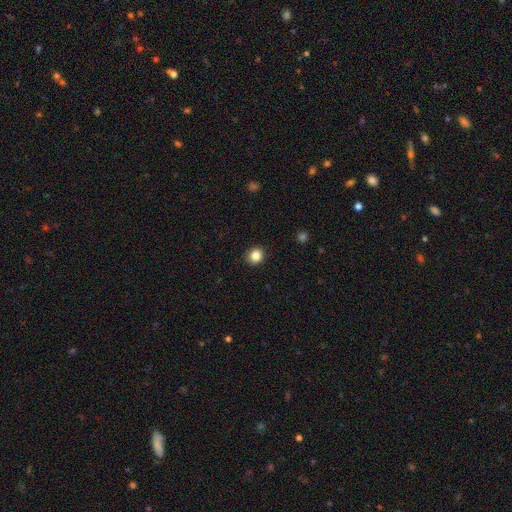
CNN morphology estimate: The model was most divided on "how rounded": round: 82%, in between: 17%, cigar-shaped: 1%. More confident: merging — none (90%); smooth or featured — smooth (85%).